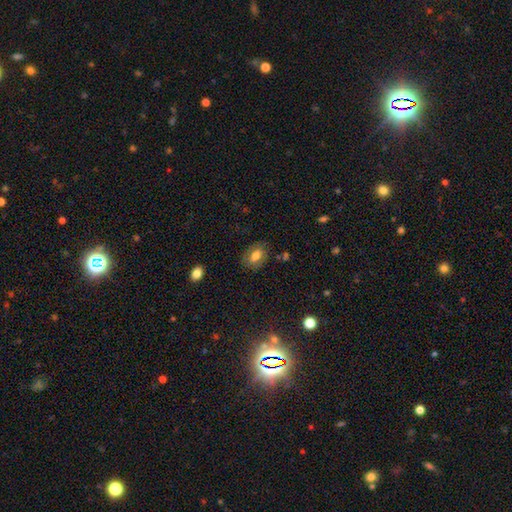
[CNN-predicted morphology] A smooth galaxy with no disk features (70%) that is in between round and cigar-shaped (82%). Merging: none (78%).